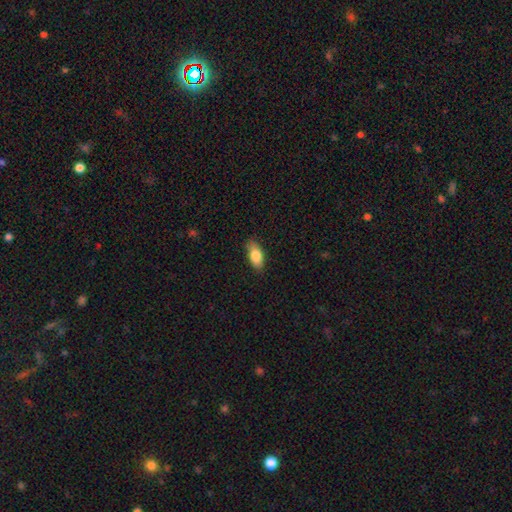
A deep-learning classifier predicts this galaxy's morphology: Smooth or featured? smooth (84%)
How rounded? in between (86%)
Merging? none (82%)